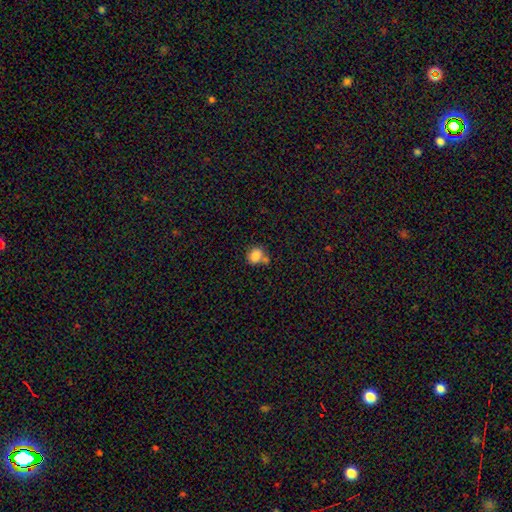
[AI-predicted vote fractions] smooth_or_featured: smooth (p=0.84) [alt: star or artifact p=0.10]
how_rounded: round (p=0.57) [alt: in between p=0.42]
merging: none (p=0.52) [alt: merger p=0.27]